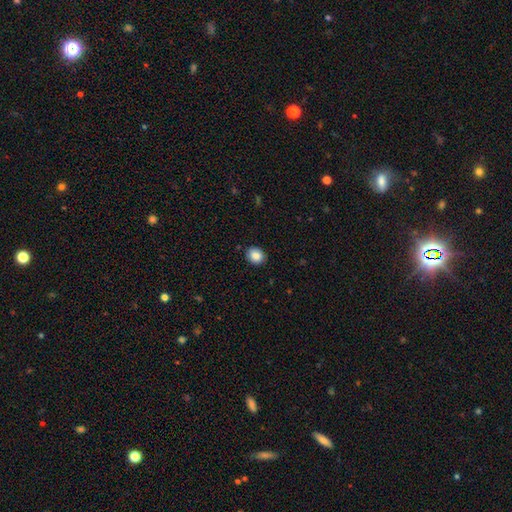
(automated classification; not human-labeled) This is clearly a smooth galaxy (87%). How rounded: possibly round (57%). Merging: clearly none (88%).